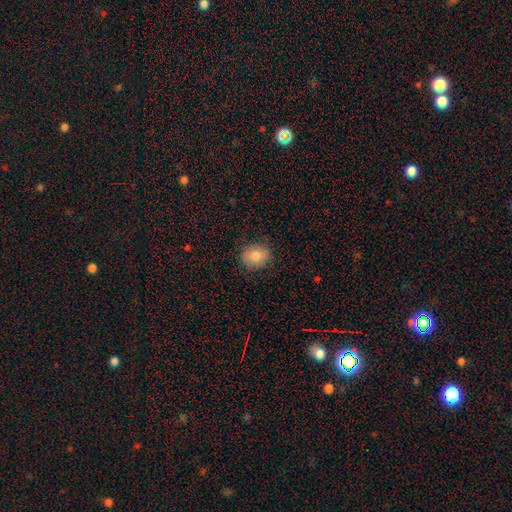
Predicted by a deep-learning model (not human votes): This appears to be a smooth galaxy with no disk features (81%) that is round (64%). Merging: none (87%).